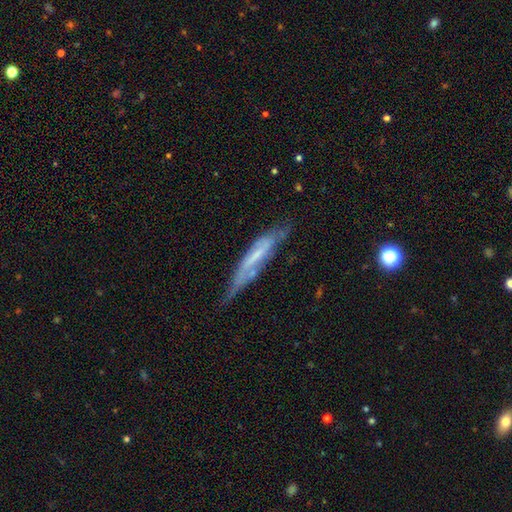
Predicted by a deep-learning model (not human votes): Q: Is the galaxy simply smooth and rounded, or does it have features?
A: featured or disk — 67%.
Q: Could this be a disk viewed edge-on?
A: yes — 56%.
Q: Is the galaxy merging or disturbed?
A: none — 52%.